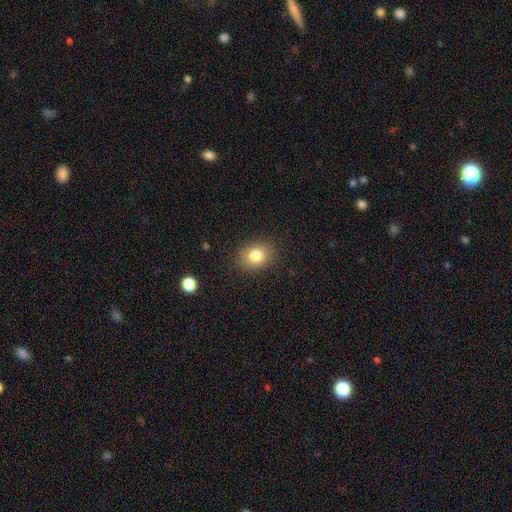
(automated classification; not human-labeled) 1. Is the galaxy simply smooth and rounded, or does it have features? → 81% smooth, 10% star or artifact, 8% featured or disk.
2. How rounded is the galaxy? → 56% in between, 43% round, 1% cigar-shaped.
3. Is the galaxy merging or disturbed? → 86% none, 10% minor disturbance, 3% major disturbance, 1% merger.